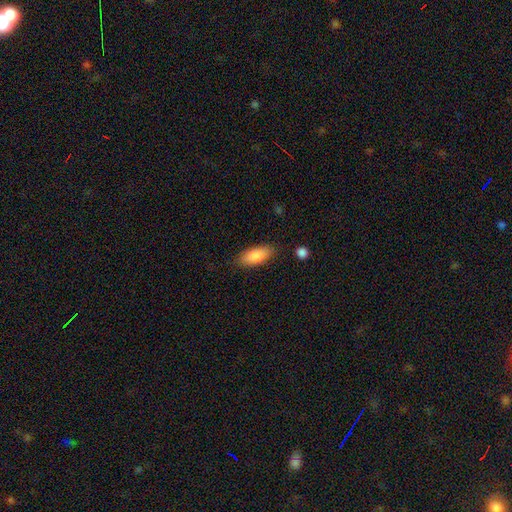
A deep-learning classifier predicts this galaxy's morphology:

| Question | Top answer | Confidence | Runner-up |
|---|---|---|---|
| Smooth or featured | smooth | 87% | featured or disk (7%) |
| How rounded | in between | 80% | cigar-shaped (18%) |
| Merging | none | 82% | minor disturbance (13%) |